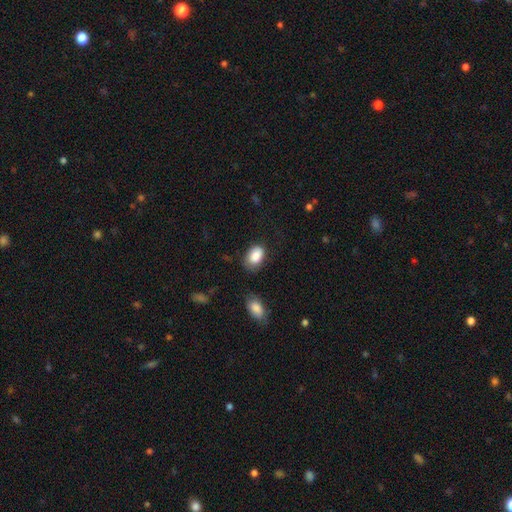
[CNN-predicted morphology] Smooth or featured: smooth — 87% (star or artifact — 7%)
How rounded: in between — 85% (round — 13%)
Merging: none — 63% (minor disturbance — 26%)